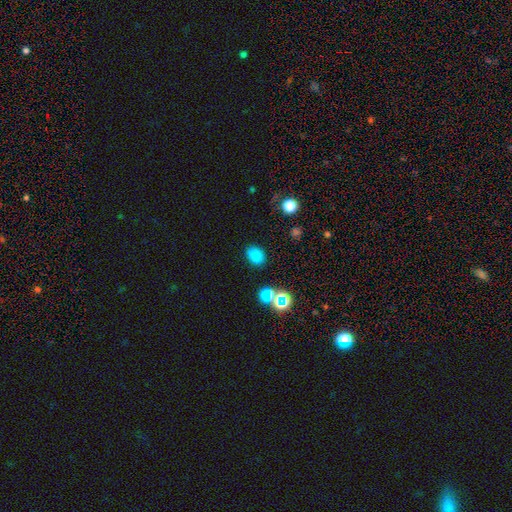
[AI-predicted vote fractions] Smooth or featured: smooth — 77% (star or artifact — 18%)
How rounded: in between — 67% (round — 31%)
Merging: none — 82% (minor disturbance — 11%)